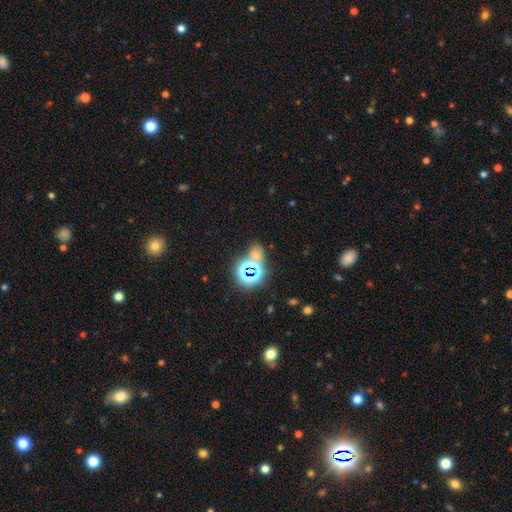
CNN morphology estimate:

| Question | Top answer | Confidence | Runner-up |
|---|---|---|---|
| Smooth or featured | star or artifact | 56% | smooth (35%) |